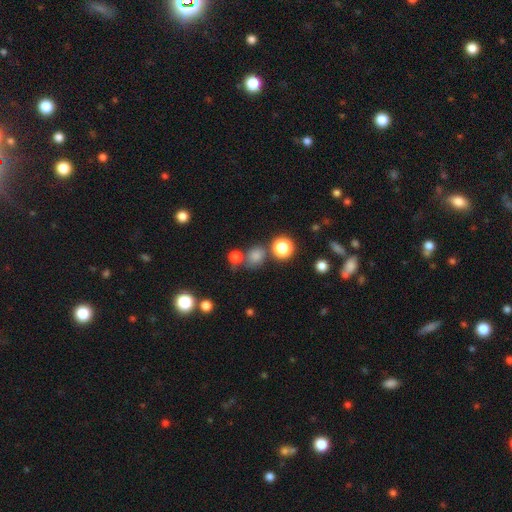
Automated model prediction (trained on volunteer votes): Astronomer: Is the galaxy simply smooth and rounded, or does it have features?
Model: smooth — 76%.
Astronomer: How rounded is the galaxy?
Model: round — 74%.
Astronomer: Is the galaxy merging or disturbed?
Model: none — 63%.